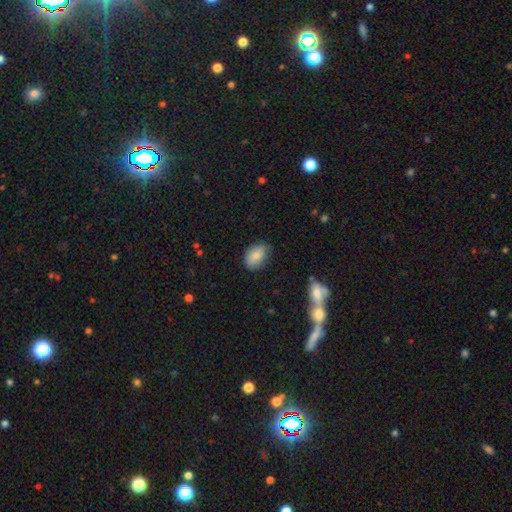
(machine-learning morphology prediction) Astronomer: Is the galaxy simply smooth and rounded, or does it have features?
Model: smooth — 84%.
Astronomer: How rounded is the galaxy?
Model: in between — 87%.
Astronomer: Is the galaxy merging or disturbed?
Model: none — 76%.